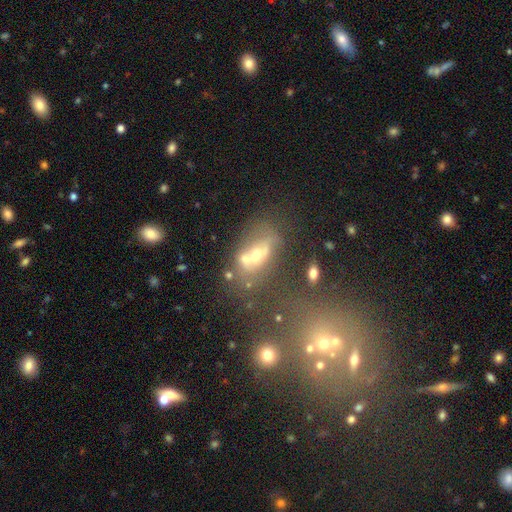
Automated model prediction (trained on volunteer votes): Morphology: type=featured or disk (47%); merging=none (34%, tied with merger).